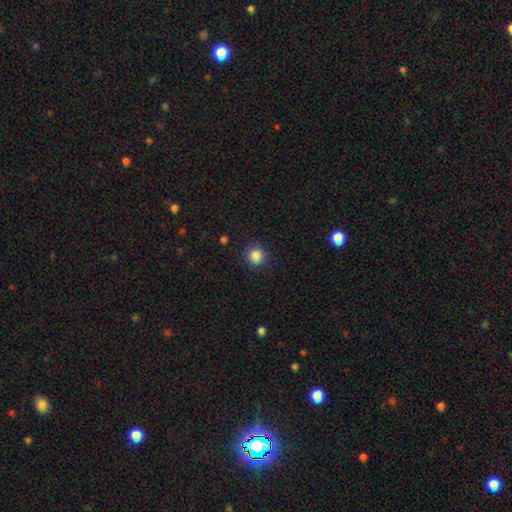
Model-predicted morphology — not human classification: type=smooth (86%); roundness=round (94%); merging=none (91%).